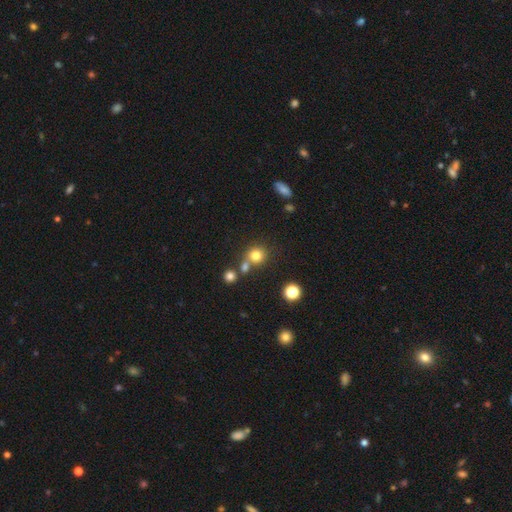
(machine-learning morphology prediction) Smooth or featured?
  - smooth: 77% *
  - star or artifact: 15%
  - featured or disk: 8%
How rounded?
  - round: 88% *
  - in between: 11%
  - cigar-shaped: 1%
Merging?
  - none: 64% *
  - merger: 23%
  - minor disturbance: 9%
  - major disturbance: 4%